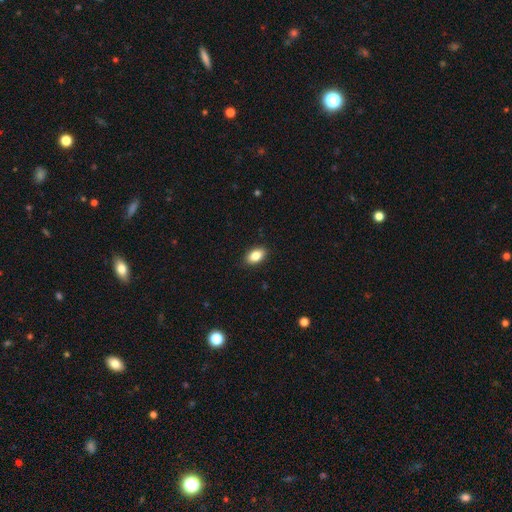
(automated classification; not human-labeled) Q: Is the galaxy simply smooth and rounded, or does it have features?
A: smooth — 84%.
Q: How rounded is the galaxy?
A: in between — 90%.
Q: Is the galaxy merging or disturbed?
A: none — 88%.